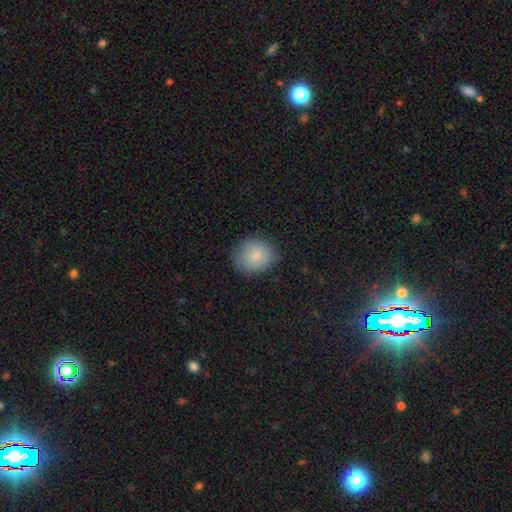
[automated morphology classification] This appears to be a smooth galaxy with no disk features (84%) that is round (69%). Merging: none (80%).